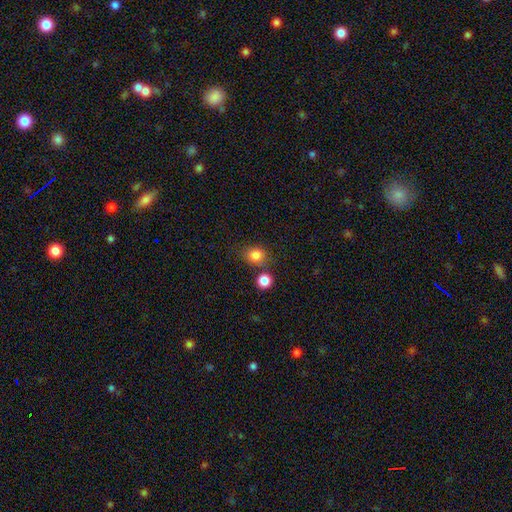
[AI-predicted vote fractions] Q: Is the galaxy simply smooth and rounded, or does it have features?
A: smooth — 82%.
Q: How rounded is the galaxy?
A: round — 73%.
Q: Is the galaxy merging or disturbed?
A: none — 68%.